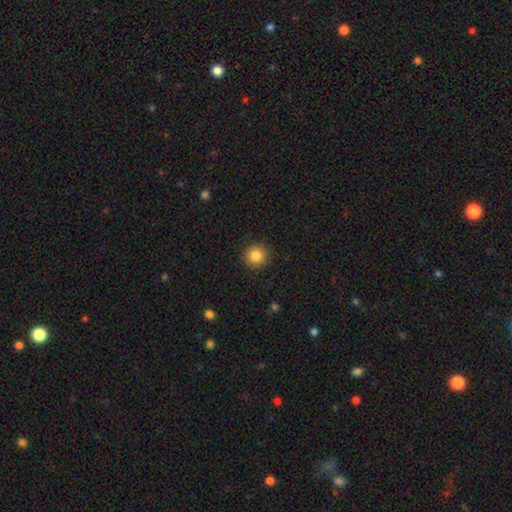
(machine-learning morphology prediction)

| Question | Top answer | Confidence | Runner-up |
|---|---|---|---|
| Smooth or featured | smooth | 85% | star or artifact (10%) |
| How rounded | round | 94% | in between (5%) |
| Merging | none | 91% | minor disturbance (6%) |